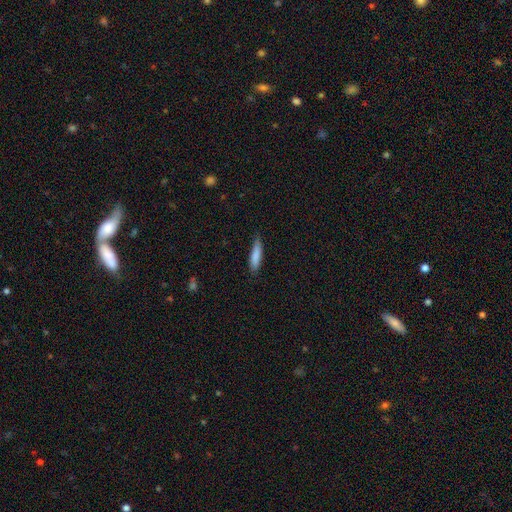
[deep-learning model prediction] smooth 84%, featured or disk 10%, star or artifact 6%. Down the decision tree: how rounded — cigar-shaped (73%); merging — none (77%).